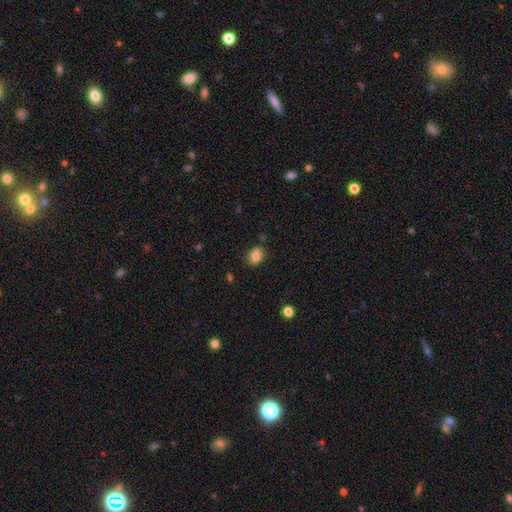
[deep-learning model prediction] A smooth galaxy with no disk features (85%) that is in between round and cigar-shaped (74%). Merging: none (81%).